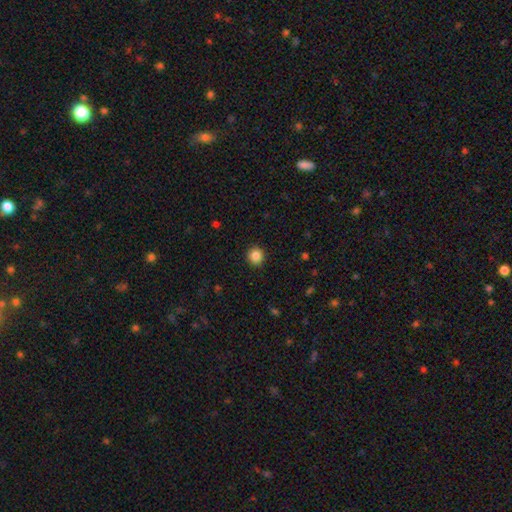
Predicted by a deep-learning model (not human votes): Smooth or featured?
  - smooth: 86% *
  - star or artifact: 10%
  - featured or disk: 4%
How rounded?
  - round: 93% *
  - in between: 6%
  - cigar-shaped: 1%
Merging?
  - none: 92% *
  - minor disturbance: 5%
  - major disturbance: 2%
  - merger: 1%